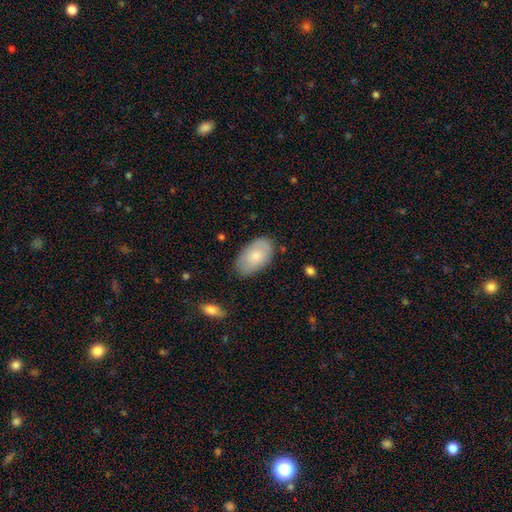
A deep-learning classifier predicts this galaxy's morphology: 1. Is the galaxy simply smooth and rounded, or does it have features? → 74% smooth, 20% featured or disk, 6% star or artifact.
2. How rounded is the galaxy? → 94% in between, 5% round, 1% cigar-shaped.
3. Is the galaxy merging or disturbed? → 79% none, 16% minor disturbance, 3% major disturbance, 2% merger.